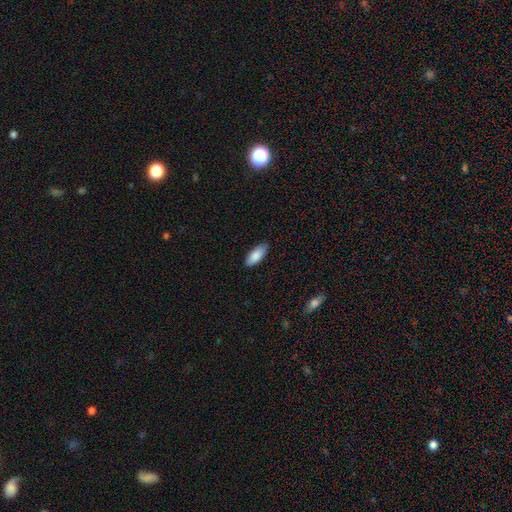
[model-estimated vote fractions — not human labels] smooth_or_featured: smooth (p=0.87) [alt: featured or disk p=0.07]
how_rounded: in between (p=0.85) [alt: cigar-shaped p=0.14]
merging: none (p=0.86) [alt: minor disturbance p=0.11]